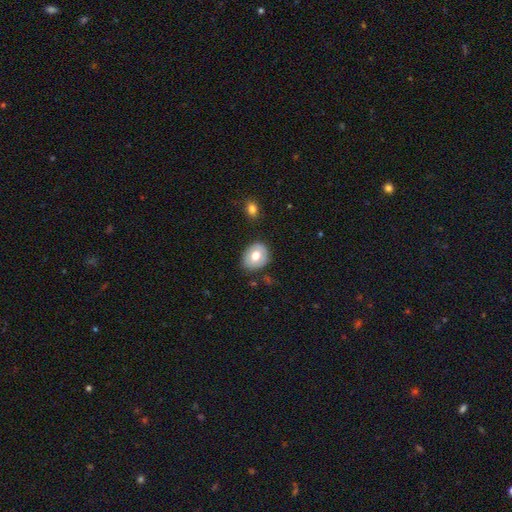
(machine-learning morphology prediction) smooth_or_featured: smooth (p=0.66) [alt: featured or disk p=0.26]
how_rounded: in between (p=0.52) [alt: round p=0.47]
merging: none (p=0.79) [alt: minor disturbance p=0.15]